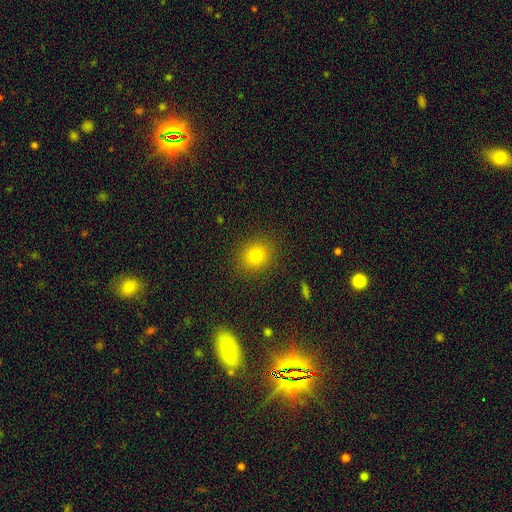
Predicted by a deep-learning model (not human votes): This appears to be a smooth galaxy with no disk features (77%) that is round (69%). Merging: none (88%).